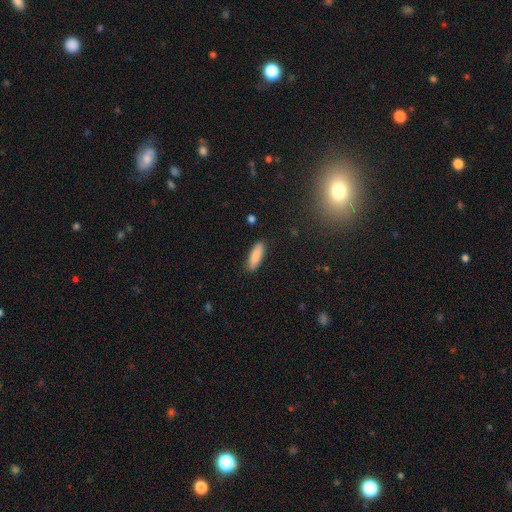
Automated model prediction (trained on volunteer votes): Smooth or featured: smooth — 85% (featured or disk — 9%)
How rounded: in between — 53% (cigar-shaped — 46%)
Merging: none — 88% (minor disturbance — 9%)